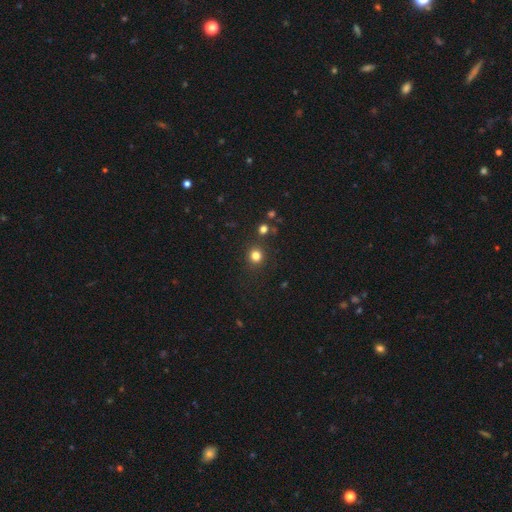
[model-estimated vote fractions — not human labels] Smooth or featured? smooth (80%)
How rounded? round (91%)
Merging? none (87%)